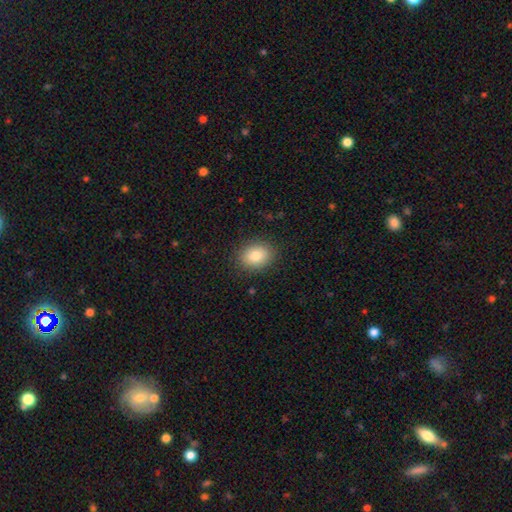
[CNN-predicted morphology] smooth 85%, star or artifact 8%, featured or disk 7%. Down the decision tree: how rounded — in between (57%); merging — none (88%).